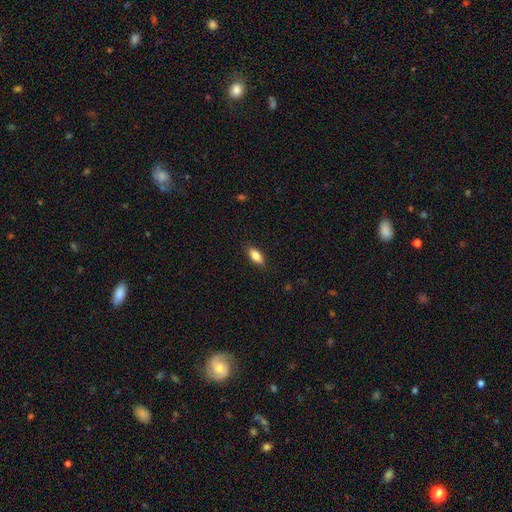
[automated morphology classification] type=smooth (84%); roundness=in between (82%); merging=none (87%).